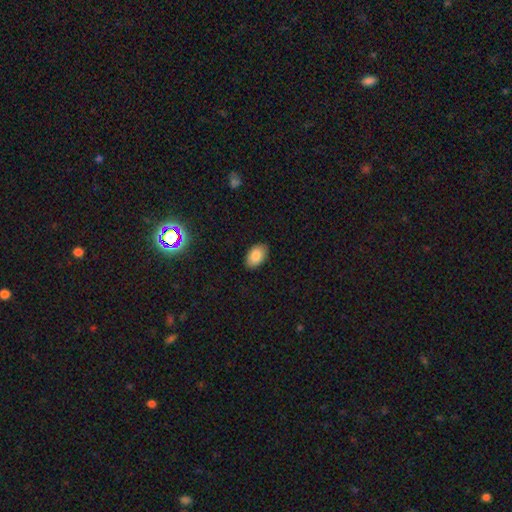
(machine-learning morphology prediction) A smooth galaxy with no disk features (87%) that is in between round and cigar-shaped (93%). Merging: none (87%).